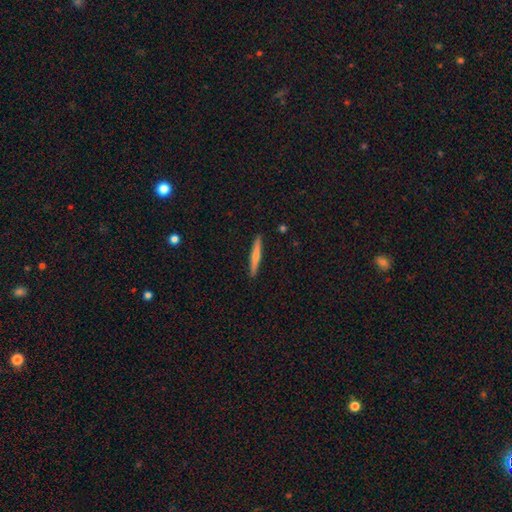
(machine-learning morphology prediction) smooth 61%, featured or disk 34%, star or artifact 5%. Down the decision tree: how rounded — cigar-shaped (95%); merging — none (91%).